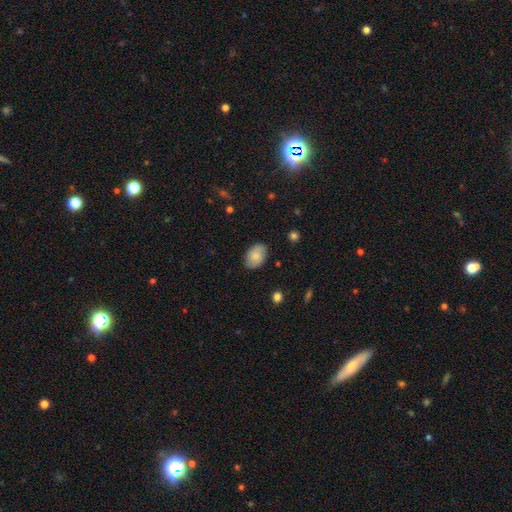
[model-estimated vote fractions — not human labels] The model was most divided on "smooth or featured": smooth: 75%, featured or disk: 18%, star or artifact: 7%. More confident: how rounded — in between (86%); merging — none (82%).